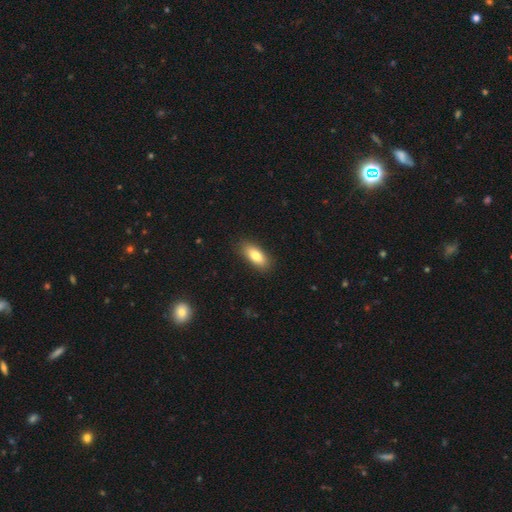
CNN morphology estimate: Smooth or featured: smooth — 81% (featured or disk — 12%)
How rounded: in between — 81% (cigar-shaped — 15%)
Merging: none — 86% (minor disturbance — 10%)